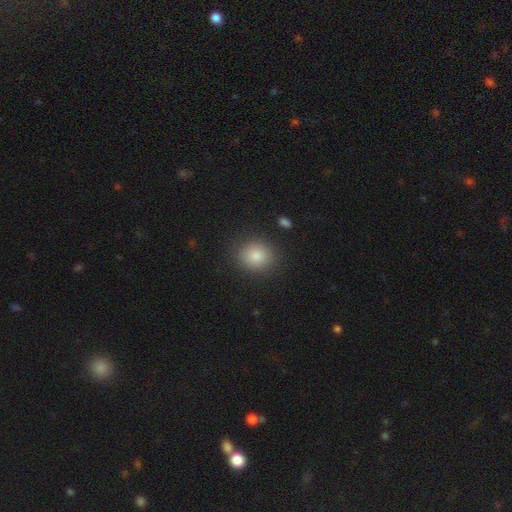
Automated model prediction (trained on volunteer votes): smooth-or-featured: smooth: 85% | star or artifact: 10% | featured or disk: 6%
  how-rounded: round: 67% | in between: 32% | cigar-shaped: 1%
  merging: none: 88% | minor disturbance: 8% | major disturbance: 3% | merger: 1%